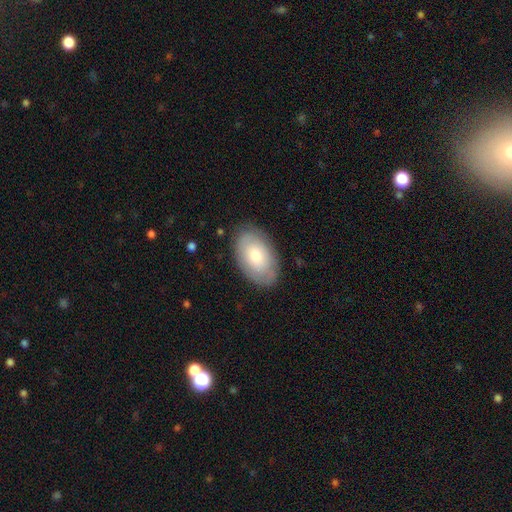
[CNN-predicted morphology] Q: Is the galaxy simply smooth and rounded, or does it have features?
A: smooth — 69%.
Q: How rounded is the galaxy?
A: in between — 92%.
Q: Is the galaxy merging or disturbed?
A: none — 84%.